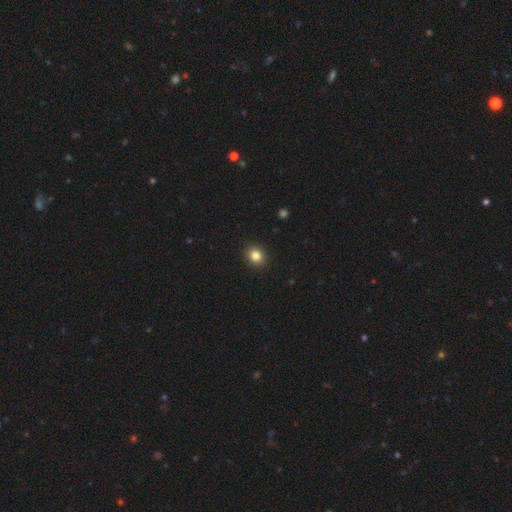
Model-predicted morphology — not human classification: type=smooth (84%); roundness=round (71%); merging=none (92%).